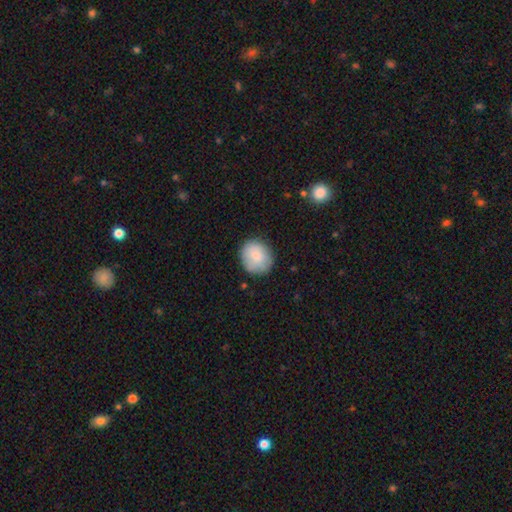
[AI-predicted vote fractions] smooth-or-featured: smooth: 84% | featured or disk: 9% | star or artifact: 7%
  how-rounded: round: 77% | in between: 22% | cigar-shaped: 1%
  merging: none: 82% | minor disturbance: 14% | major disturbance: 3% | merger: 1%